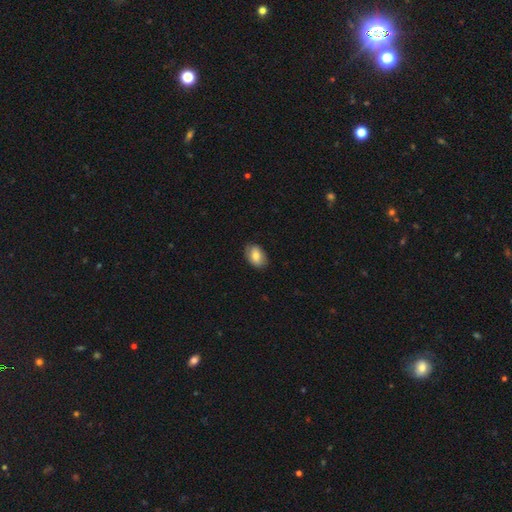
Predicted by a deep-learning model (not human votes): This is likely a smooth galaxy (77%). How rounded: clearly in between (85%). Merging: clearly none (82%).